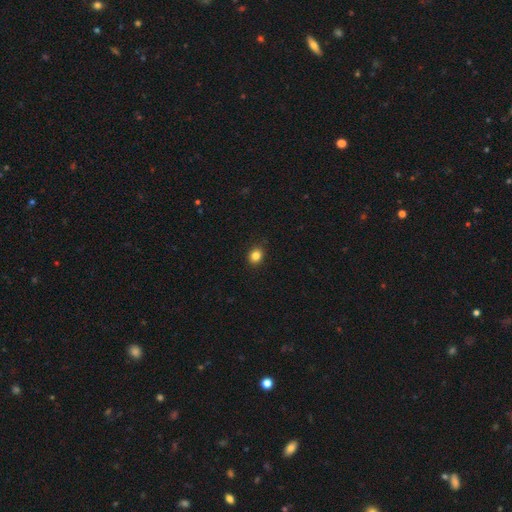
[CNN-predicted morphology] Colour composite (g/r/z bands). It shows a smooth galaxy with no disk features (84%) that is round (67%). Merging: none (89%).